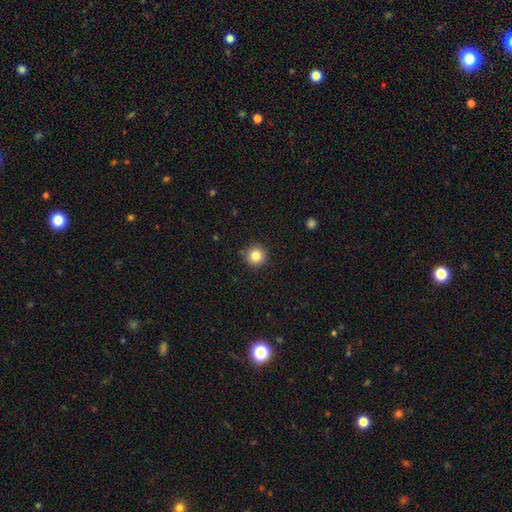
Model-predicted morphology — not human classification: The model was most divided on "smooth or featured": smooth: 84%, star or artifact: 10%, featured or disk: 6%. More confident: how rounded — round (95%); merging — none (91%).